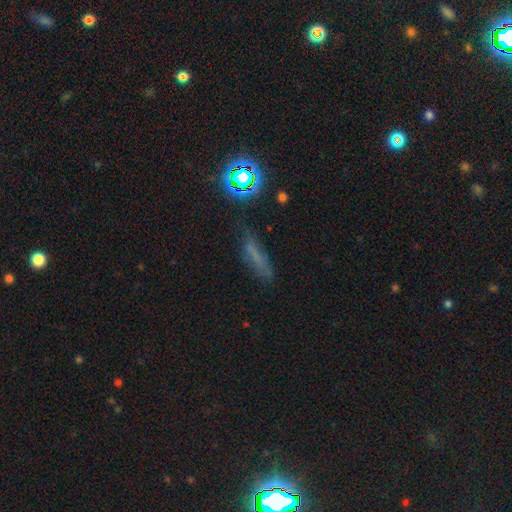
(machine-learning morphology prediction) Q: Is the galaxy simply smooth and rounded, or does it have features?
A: smooth — 50%.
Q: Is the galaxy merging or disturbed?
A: none — 63%.